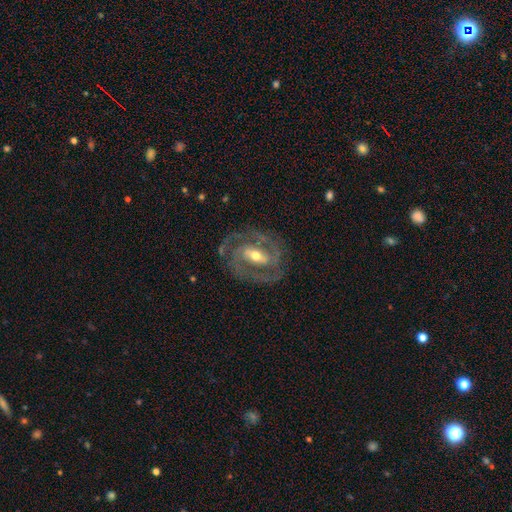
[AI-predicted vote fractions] featured or disk 88%, smooth 7%, star or artifact 5%. Down the decision tree: edge-on disk — no (96%); bar — strong (46%); spiral arms — yes (94%); spiral arm count — 2 (81%); spiral winding — tight (46%); bulge size — moderate (63%); merging — none (78%).